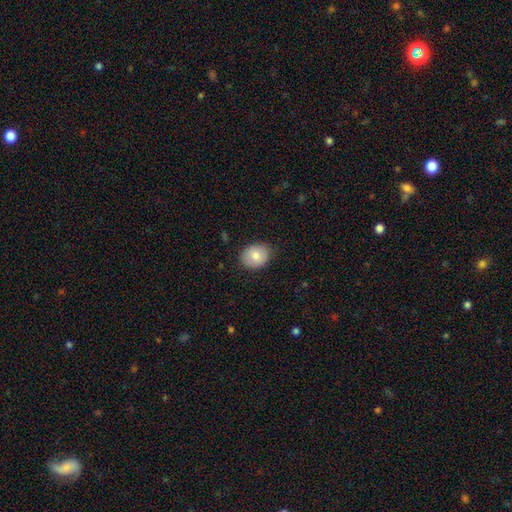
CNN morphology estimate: Smooth or featured: smooth — 80% (featured or disk — 13%)
How rounded: in between — 58% (round — 41%)
Merging: none — 84% (minor disturbance — 12%)